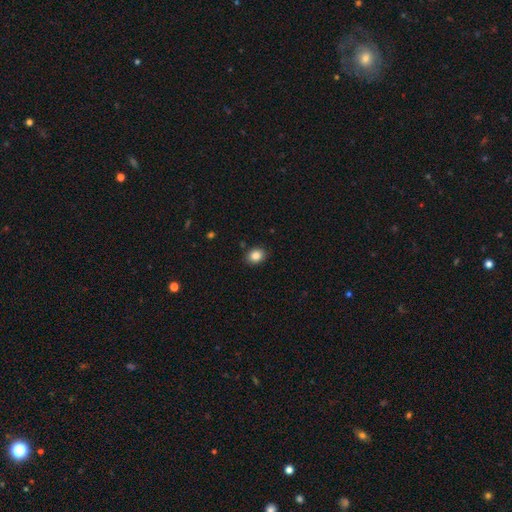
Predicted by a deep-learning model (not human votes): smooth-or-featured: smooth: 86% | star or artifact: 9% | featured or disk: 5%
  how-rounded: round: 51% | in between: 48% | cigar-shaped: 1%
  merging: none: 88% | minor disturbance: 8% | major disturbance: 2% | merger: 1%